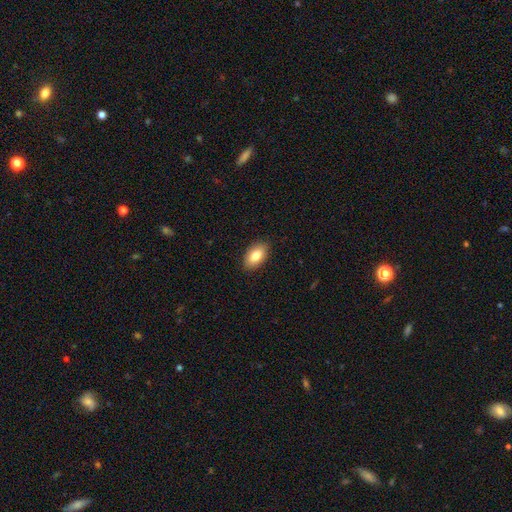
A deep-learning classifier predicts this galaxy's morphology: This appears to be a smooth galaxy with no disk features (82%) that is in between round and cigar-shaped (93%). Merging: none (89%).